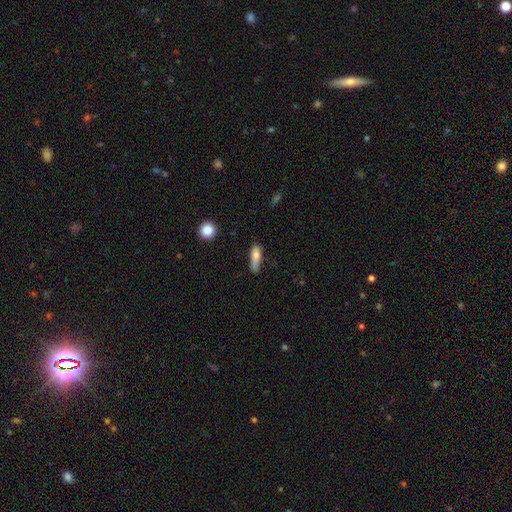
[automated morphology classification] Smooth or featured? smooth (78%)
How rounded? in between (54%)
Merging? none (51%)